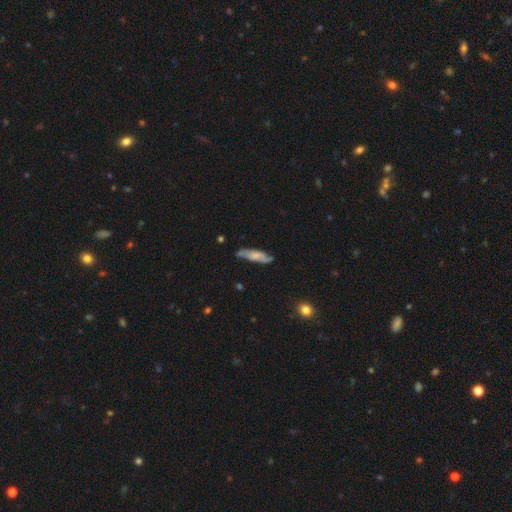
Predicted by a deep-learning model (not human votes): Smooth or featured? smooth (49%)
Merging? none (65%)